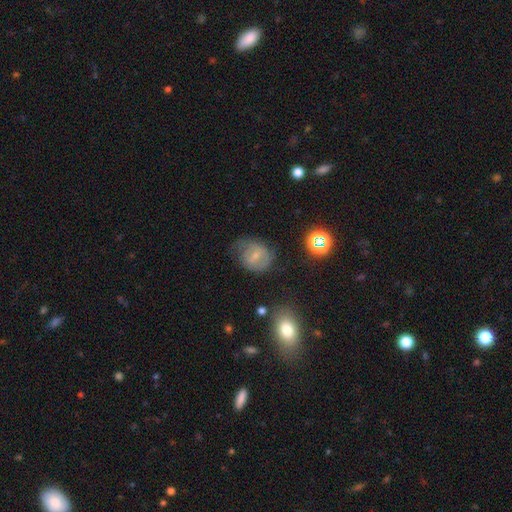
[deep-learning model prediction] A featured or disk galaxy (47%).

Vote fractions:
- Smooth or featured? featured or disk: 47% / smooth: 42% / star or artifact: 12%
- Merging? none: 49% / minor disturbance: 29% / major disturbance: 20% / merger: 2%